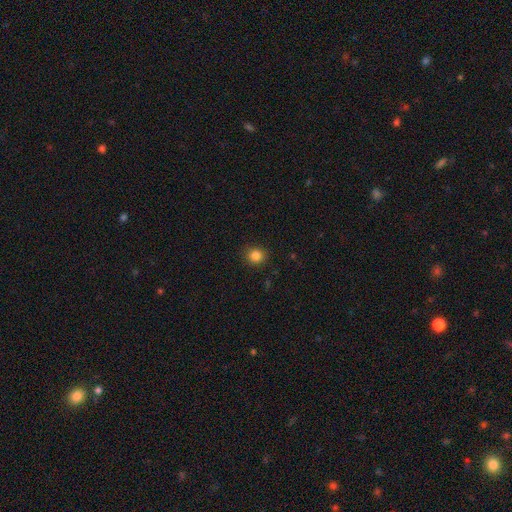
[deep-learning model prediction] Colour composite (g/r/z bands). It shows a smooth galaxy with no disk features (84%) that is round (89%). Merging: none (90%).